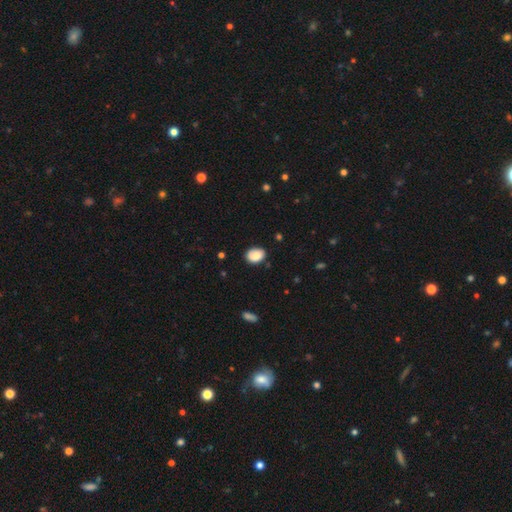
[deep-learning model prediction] A smooth galaxy with no disk features (80%) that is in between round and cigar-shaped (70%). Merging: none (72%).